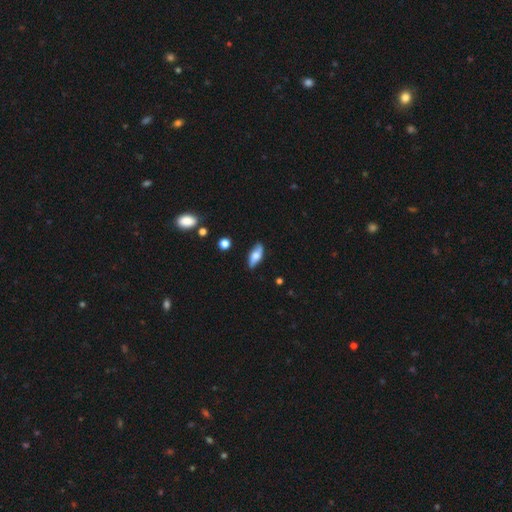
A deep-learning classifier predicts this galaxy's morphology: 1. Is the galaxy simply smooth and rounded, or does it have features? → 55% smooth, 37% featured or disk, 7% star or artifact.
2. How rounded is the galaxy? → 79% in between, 17% cigar-shaped, 4% round.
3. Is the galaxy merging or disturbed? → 80% none, 16% minor disturbance, 3% major disturbance, 2% merger.